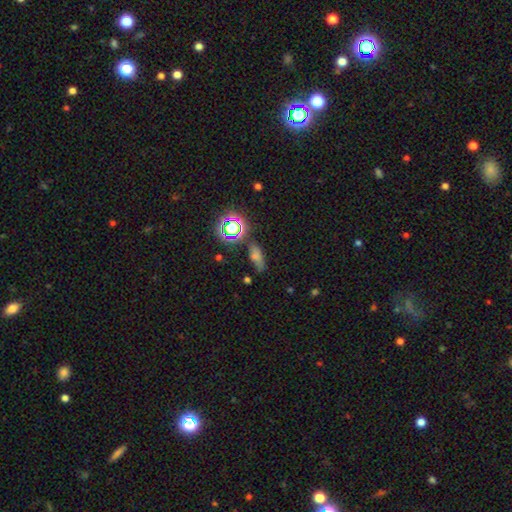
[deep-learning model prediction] The model was most divided on "smooth or featured": smooth: 43%, star or artifact: 40%, featured or disk: 17%. More confident: merging — none (76%).